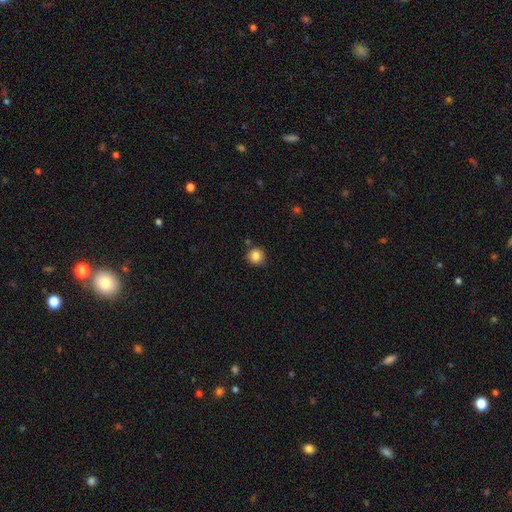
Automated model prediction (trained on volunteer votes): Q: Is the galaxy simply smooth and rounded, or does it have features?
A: smooth — 84%.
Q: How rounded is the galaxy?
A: round — 92%.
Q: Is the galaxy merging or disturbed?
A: none — 82%.